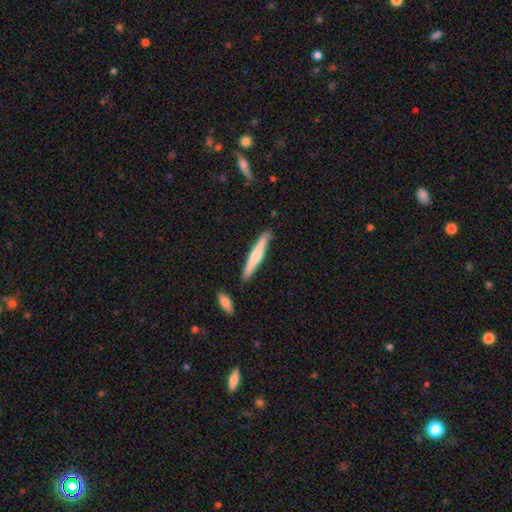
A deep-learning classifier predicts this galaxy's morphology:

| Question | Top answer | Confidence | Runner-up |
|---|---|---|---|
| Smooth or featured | smooth | 51% | featured or disk (43%) |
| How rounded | cigar-shaped | 94% | in between (5%) |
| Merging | none | 86% | minor disturbance (9%) |